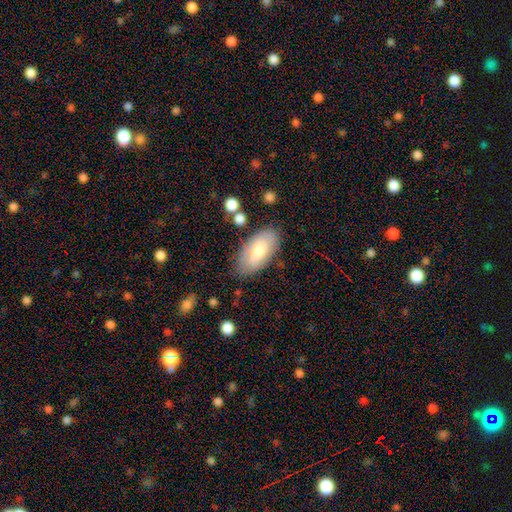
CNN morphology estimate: type=smooth (60%); roundness=in between (93%); merging=none (80%).